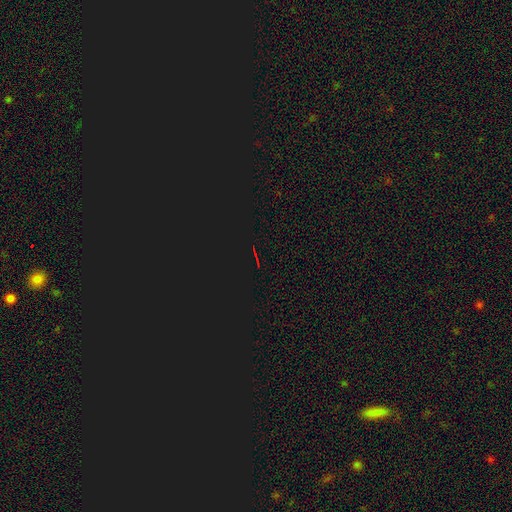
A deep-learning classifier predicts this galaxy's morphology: This is clearly a star or artifact rather than a galaxy (81%).